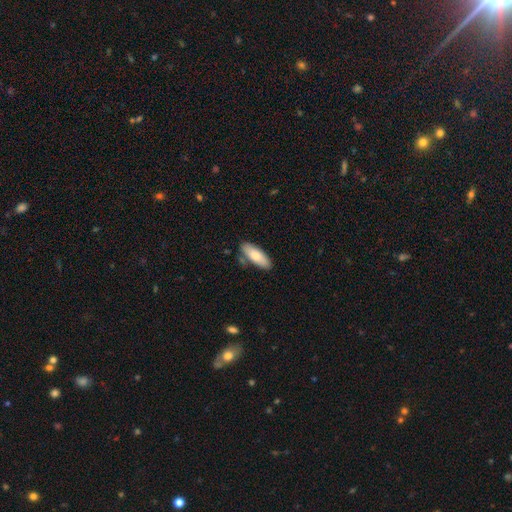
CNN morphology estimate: A smooth galaxy with no disk features (78%) that is in between round and cigar-shaped (72%).

Vote fractions:
- Smooth or featured? smooth: 78% / featured or disk: 17% / star or artifact: 6%
- How rounded? in between: 72% / cigar-shaped: 26% / round: 2%
- Merging? none: 78% / minor disturbance: 14% / merger: 5% / major disturbance: 3%